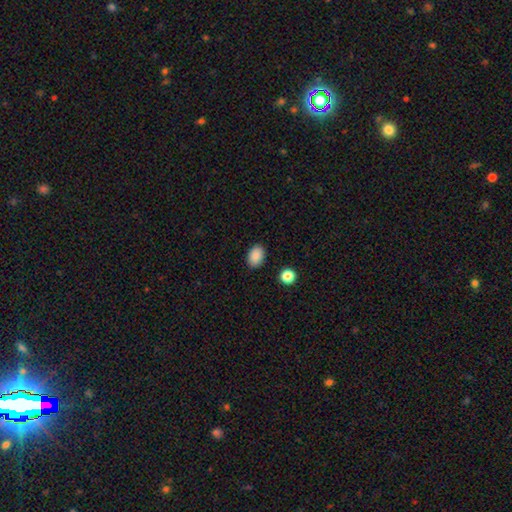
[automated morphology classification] Smooth or featured? smooth (88%)
How rounded? in between (84%)
Merging? none (89%)